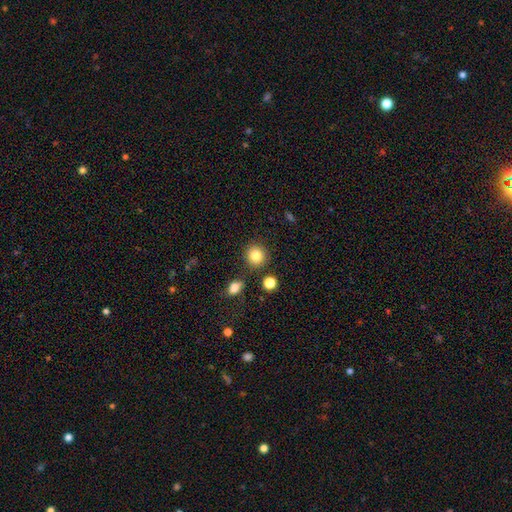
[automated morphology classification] smooth_or_featured: smooth (p=0.83) [alt: star or artifact p=0.11]
how_rounded: round (p=0.91) [alt: in between p=0.09]
merging: none (p=0.85) [alt: minor disturbance p=0.08]